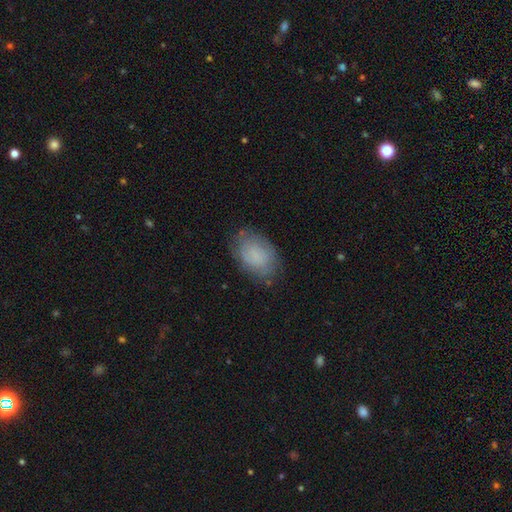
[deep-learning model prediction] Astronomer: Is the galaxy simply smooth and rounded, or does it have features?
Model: smooth — 69%.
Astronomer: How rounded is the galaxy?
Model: in between — 84%.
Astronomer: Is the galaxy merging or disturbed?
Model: none — 73%.